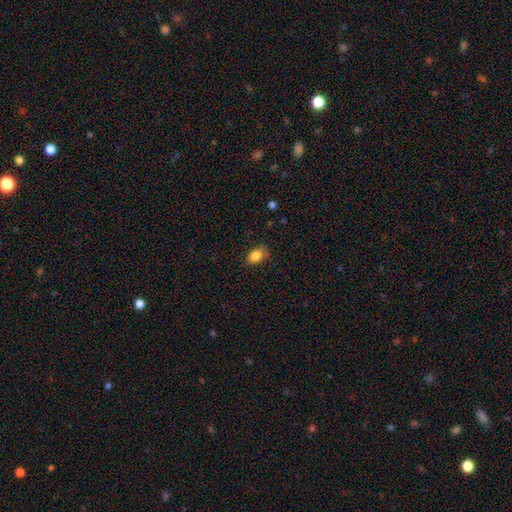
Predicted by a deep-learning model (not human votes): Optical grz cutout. It shows a smooth galaxy with no disk features (85%) that is in between round and cigar-shaped (80%). Merging: none (78%).